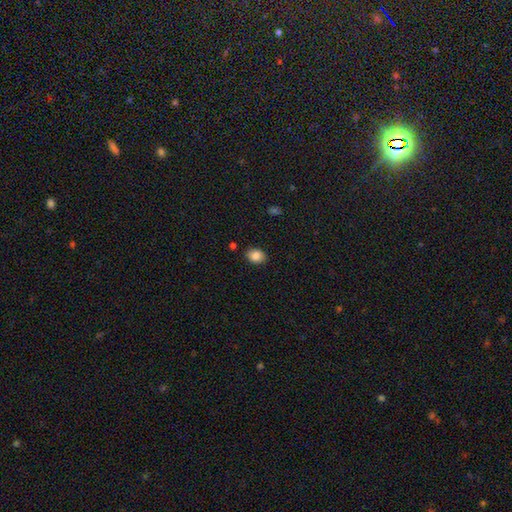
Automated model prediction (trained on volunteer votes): Smooth or featured: smooth — 85% (star or artifact — 9%)
How rounded: in between — 67% (round — 32%)
Merging: none — 84% (minor disturbance — 11%)